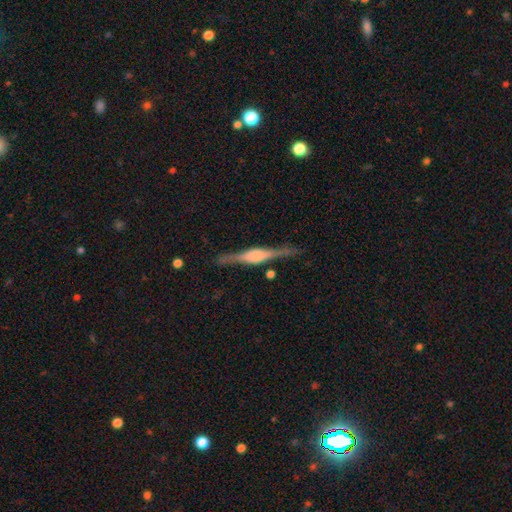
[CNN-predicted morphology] featured or disk 82%, smooth 13%, star or artifact 5%. Down the decision tree: edge-on disk — yes (98%); edge-on bulge — rounded (62%); merging — none (85%).